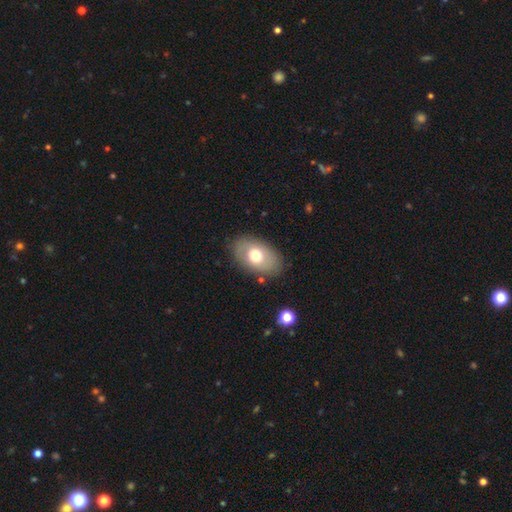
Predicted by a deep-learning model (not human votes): smooth-or-featured: smooth: 65% | featured or disk: 28% | star or artifact: 7%
  how-rounded: in between: 89% | round: 10% | cigar-shaped: 1%
  merging: none: 83% | minor disturbance: 12% | major disturbance: 4% | merger: 2%